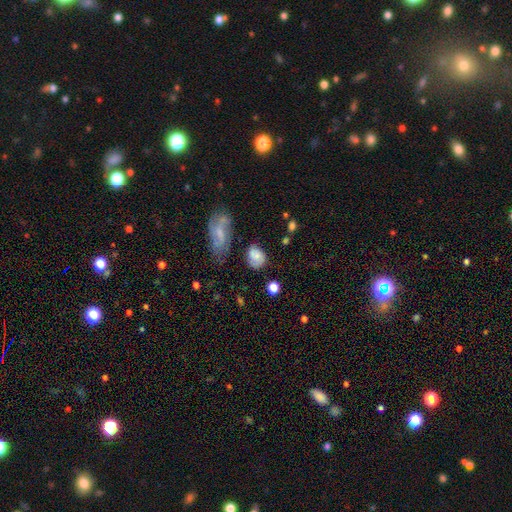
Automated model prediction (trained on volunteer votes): Smooth or featured? Predicted: smooth (p=0.63). How rounded? Predicted: round (p=0.52). Merging? Predicted: none (p=0.59).